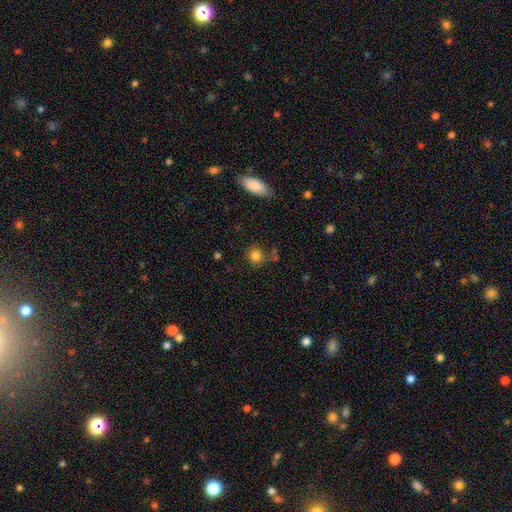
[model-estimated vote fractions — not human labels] A smooth galaxy with no disk features (83%) that is round (87%).

Vote fractions:
- Smooth or featured? smooth: 83% / star or artifact: 11% / featured or disk: 6%
- How rounded? round: 87% / in between: 12% / cigar-shaped: 1%
- Merging? none: 71% / minor disturbance: 15% / merger: 9% / major disturbance: 6%